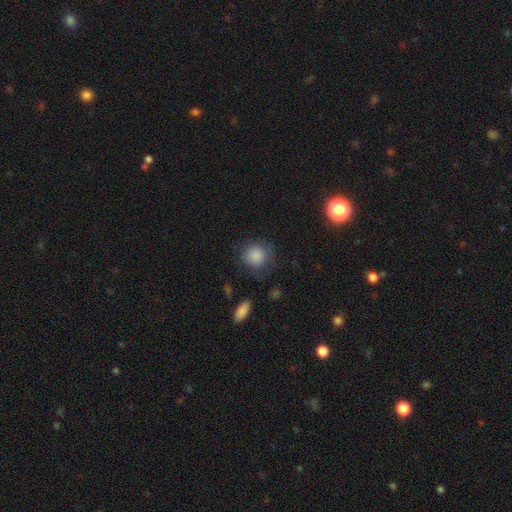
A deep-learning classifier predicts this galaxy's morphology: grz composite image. It shows a smooth galaxy with no disk features (86%) that is round (86%). Merging: none (72%).